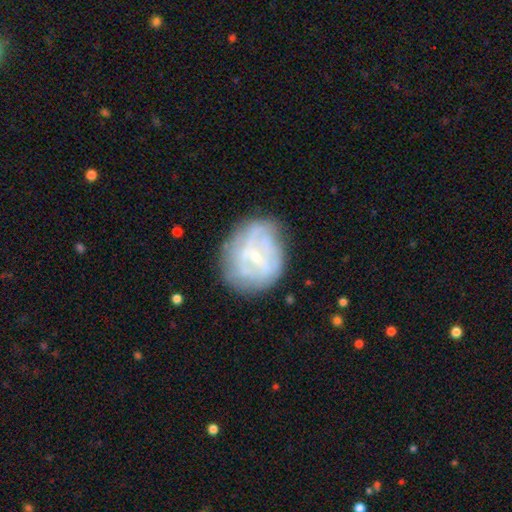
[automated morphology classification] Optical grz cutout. It shows a featured or disk galaxy (62%) with no bar (50%), no spiral arms (53%) and a small central bulge (74%). Merging: none (60%).